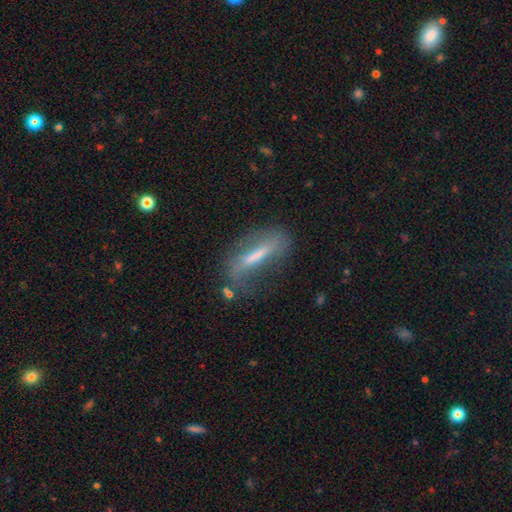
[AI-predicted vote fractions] smooth-or-featured: featured or disk: 46% | smooth: 45% | star or artifact: 9%
  merging: none: 58% | minor disturbance: 22% | major disturbance: 15% | merger: 4%